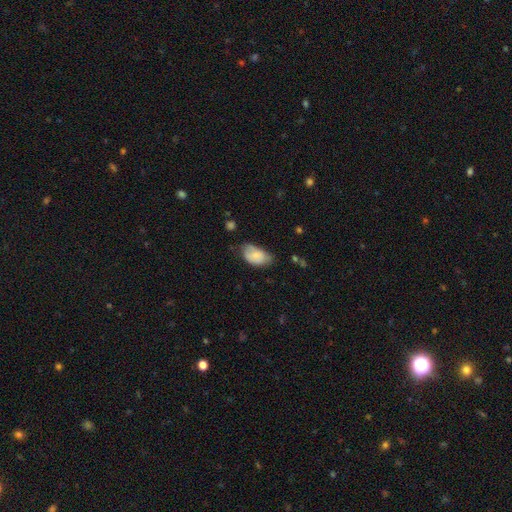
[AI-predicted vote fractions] Smooth or featured?
  - smooth: 75% *
  - featured or disk: 18%
  - star or artifact: 7%
How rounded?
  - in between: 92% *
  - round: 7%
  - cigar-shaped: 1%
Merging?
  - none: 44% *
  - minor disturbance: 42%
  - major disturbance: 12%
  - merger: 3%